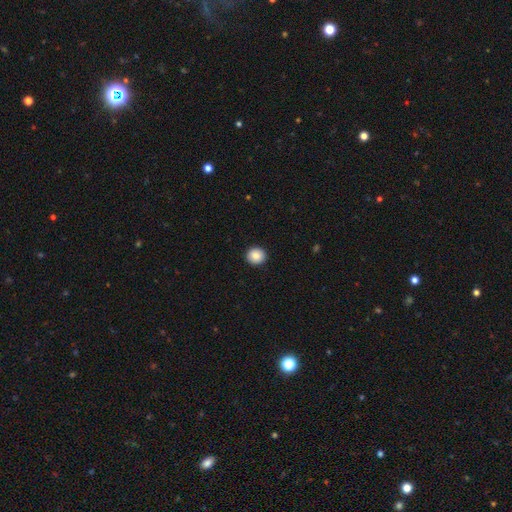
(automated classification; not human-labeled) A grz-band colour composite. It shows a smooth galaxy with no disk features (86%) that is round (90%). Merging: none (93%).